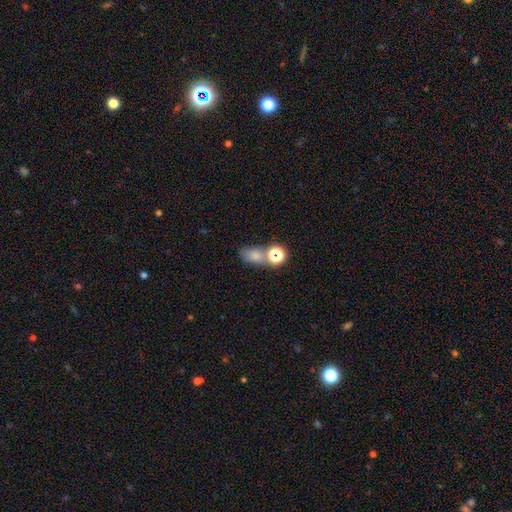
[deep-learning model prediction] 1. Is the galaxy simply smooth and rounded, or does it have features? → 70% smooth, 20% star or artifact, 11% featured or disk.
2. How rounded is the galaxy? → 69% in between, 28% round, 3% cigar-shaped.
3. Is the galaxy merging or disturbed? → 51% none, 30% merger, 13% minor disturbance, 6% major disturbance.